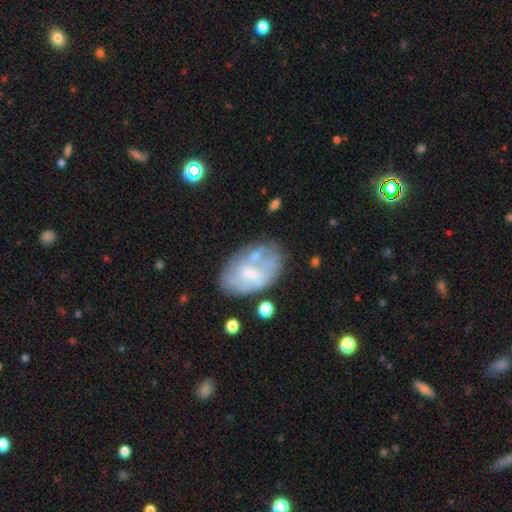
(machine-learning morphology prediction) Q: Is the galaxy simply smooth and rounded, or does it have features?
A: featured or disk — 57%.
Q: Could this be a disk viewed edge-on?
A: no — 95%.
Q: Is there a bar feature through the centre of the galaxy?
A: no — 48%.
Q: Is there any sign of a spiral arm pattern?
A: no — 55%.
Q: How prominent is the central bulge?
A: small — 45%.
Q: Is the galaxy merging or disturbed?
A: none — 57%.